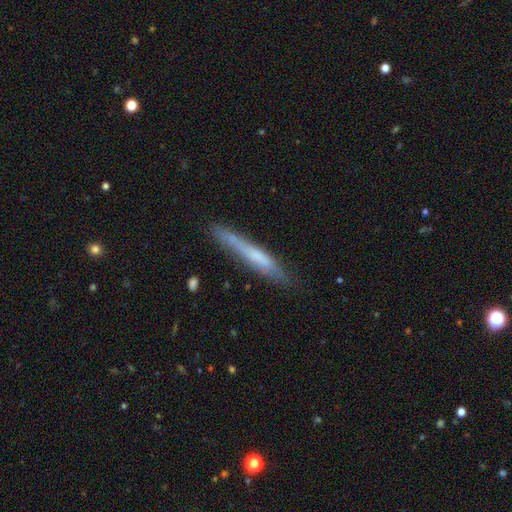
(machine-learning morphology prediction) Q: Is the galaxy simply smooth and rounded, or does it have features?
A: smooth — 53%.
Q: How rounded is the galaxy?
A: cigar-shaped — 94%.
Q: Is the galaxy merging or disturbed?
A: none — 71%.